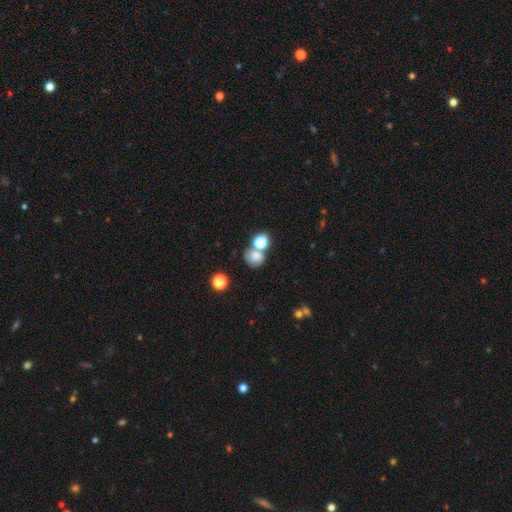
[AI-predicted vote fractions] Q: Smooth or featured?
A: smooth (72%); runner-up: star or artifact (15%)
Q: How rounded?
A: round (65%); runner-up: in between (34%)
Q: Merging?
A: none (41%); tied with: merger (41%)